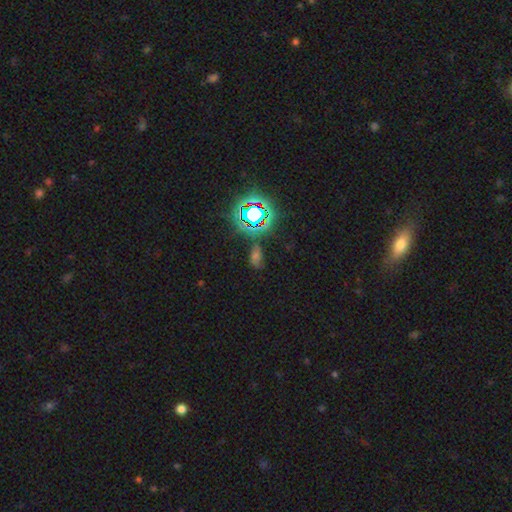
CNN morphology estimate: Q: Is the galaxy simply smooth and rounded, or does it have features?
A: star or artifact — 52%.